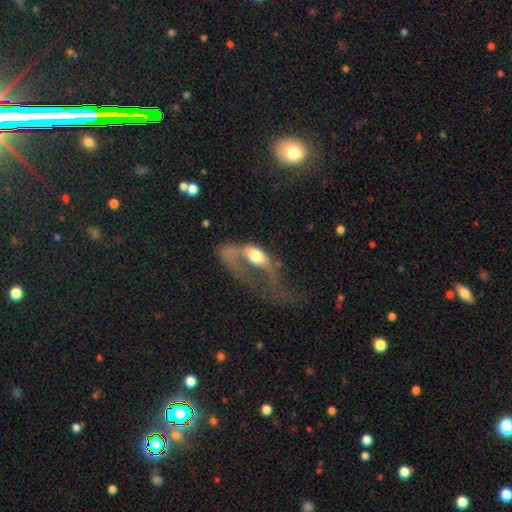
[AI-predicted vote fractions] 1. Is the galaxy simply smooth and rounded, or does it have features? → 49% smooth, 43% featured or disk, 8% star or artifact.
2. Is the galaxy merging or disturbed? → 71% major disturbance, 10% none, 10% minor disturbance, 9% merger.